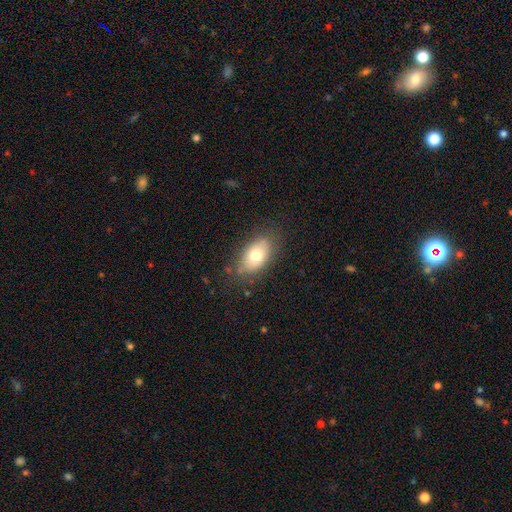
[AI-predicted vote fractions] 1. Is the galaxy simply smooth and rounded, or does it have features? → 72% smooth, 20% featured or disk, 8% star or artifact.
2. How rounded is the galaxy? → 90% in between, 8% round, 2% cigar-shaped.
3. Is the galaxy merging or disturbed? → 77% none, 16% minor disturbance, 5% major disturbance, 2% merger.